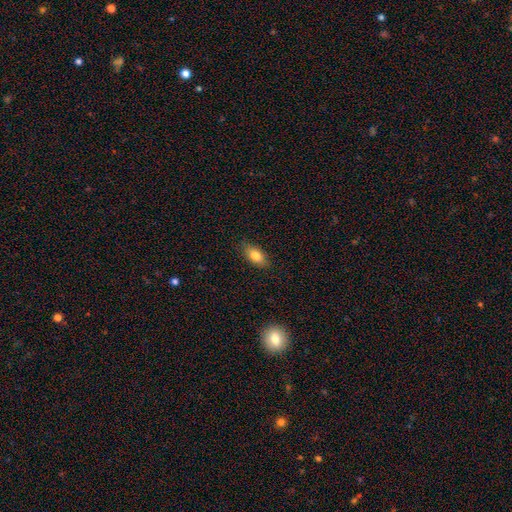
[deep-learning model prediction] Morphology: type=smooth (80%); roundness=in between (87%); merging=none (84%).